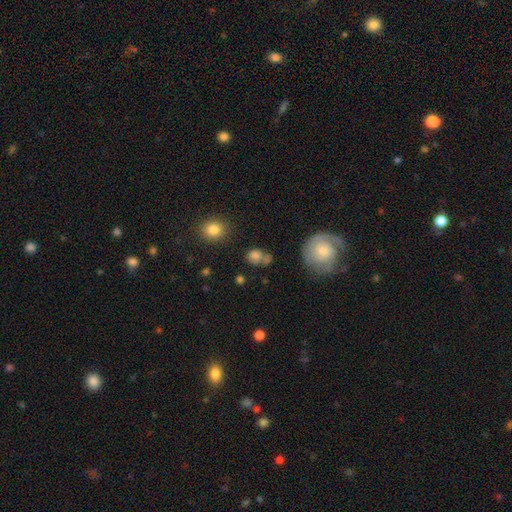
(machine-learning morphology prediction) smooth-or-featured: smooth: 71% | featured or disk: 17% | star or artifact: 12%
  how-rounded: round: 50% | in between: 48% | cigar-shaped: 2%
  merging: none: 53% | minor disturbance: 20% | merger: 16% | major disturbance: 10%